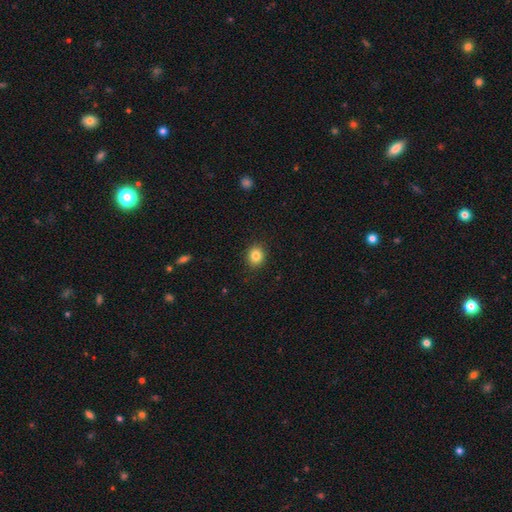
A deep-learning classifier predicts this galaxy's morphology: Smooth or featured?
  - smooth: 84% *
  - star or artifact: 10%
  - featured or disk: 6%
How rounded?
  - round: 74% *
  - in between: 25%
  - cigar-shaped: 1%
Merging?
  - none: 90% *
  - minor disturbance: 7%
  - major disturbance: 2%
  - merger: 1%